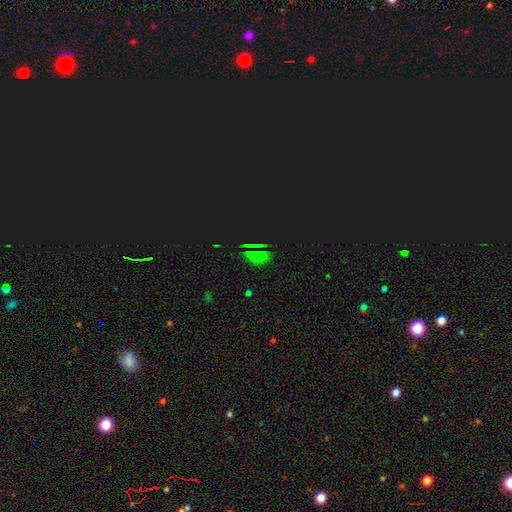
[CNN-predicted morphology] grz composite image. It shows a star or artifact, not a galaxy (66%).